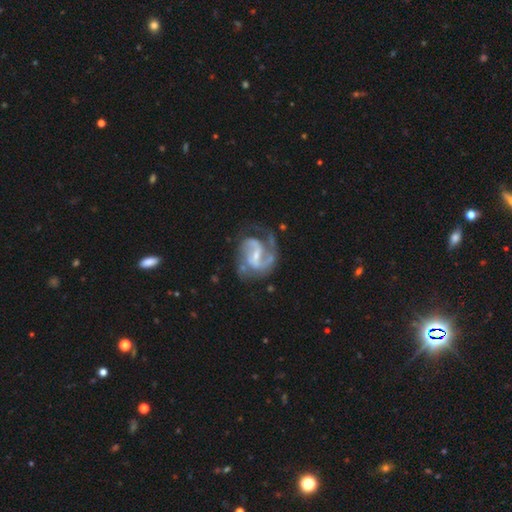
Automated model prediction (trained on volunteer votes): Smooth or featured? Predicted: featured or disk (p=0.89). Edge-on disk? Predicted: no (p=0.98). Bar? Predicted: weak (p=0.53). Spiral arms? Predicted: yes (p=0.96). Spiral winding? Predicted: medium (p=0.53). Spiral arm count? Predicted: 2 (p=0.70). Bulge size? Predicted: small (p=0.59). Merging? Predicted: none (p=0.55).